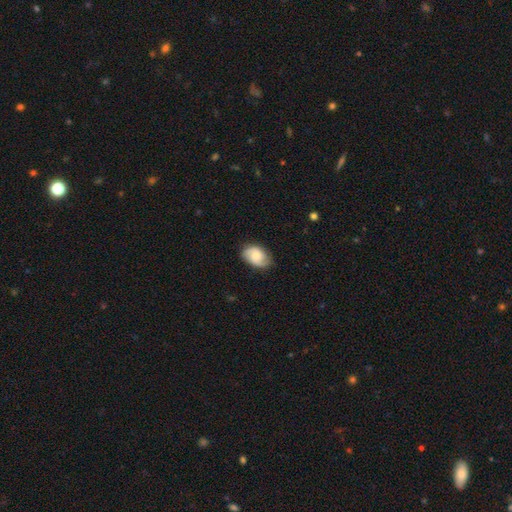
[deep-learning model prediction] Overall: smooth (46%, tied with featured or disk). Merging: none (77%).